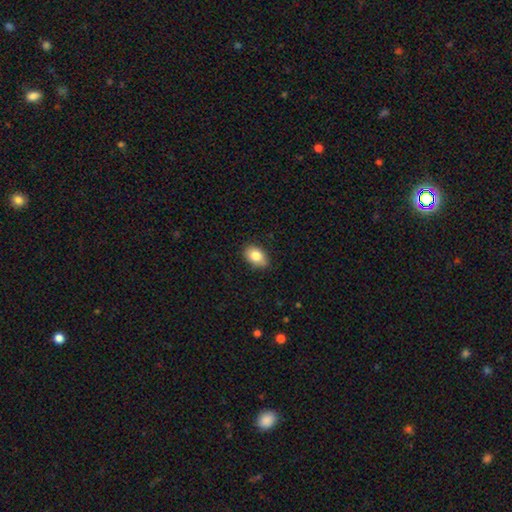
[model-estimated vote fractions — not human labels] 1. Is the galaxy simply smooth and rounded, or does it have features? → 83% smooth, 9% featured or disk, 8% star or artifact.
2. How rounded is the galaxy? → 84% in between, 15% round, 1% cigar-shaped.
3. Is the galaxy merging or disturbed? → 81% none, 15% minor disturbance, 2% major disturbance, 1% merger.